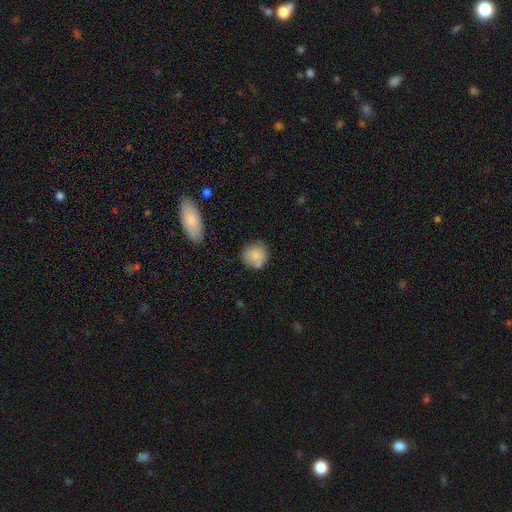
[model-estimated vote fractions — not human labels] A smooth galaxy with no disk features (82%) that is round (89%).

Vote fractions:
- Smooth or featured? smooth: 82% / featured or disk: 11% / star or artifact: 8%
- How rounded? round: 89% / in between: 10% / cigar-shaped: 1%
- Merging? none: 68% / minor disturbance: 18% / merger: 9% / major disturbance: 4%